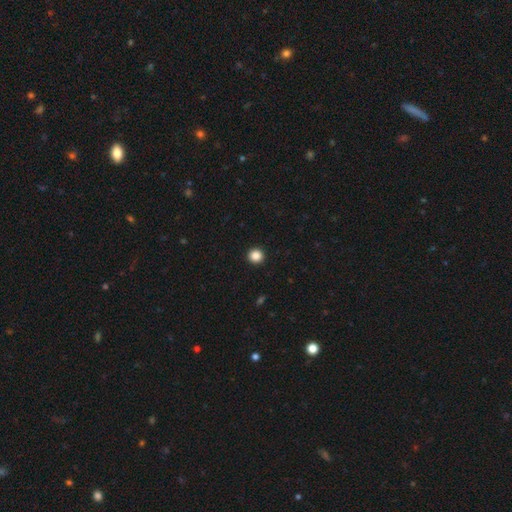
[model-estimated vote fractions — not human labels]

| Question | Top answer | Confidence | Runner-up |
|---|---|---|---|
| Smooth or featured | smooth | 87% | star or artifact (10%) |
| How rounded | round | 95% | in between (4%) |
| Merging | none | 94% | minor disturbance (4%) |